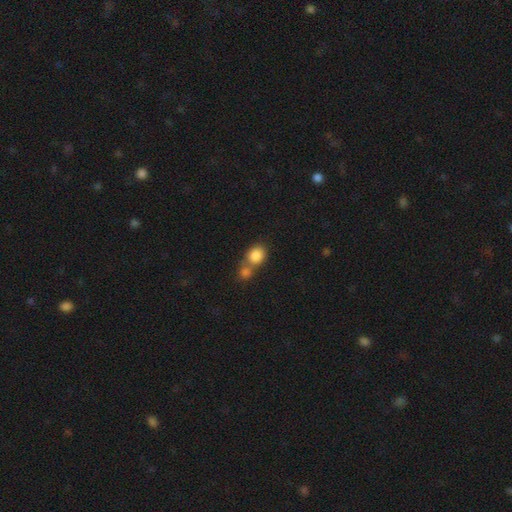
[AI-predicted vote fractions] Smooth or featured? Predicted: smooth (p=0.84). How rounded? Predicted: round (p=0.65). Merging? Predicted: merger (p=0.53).